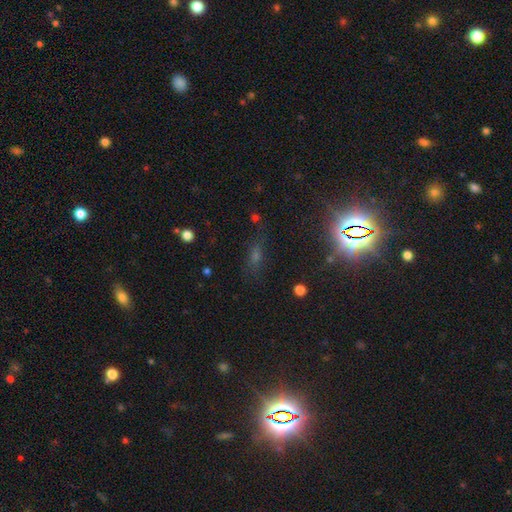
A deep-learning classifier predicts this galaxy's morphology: A star or artifact, not a galaxy (53%).